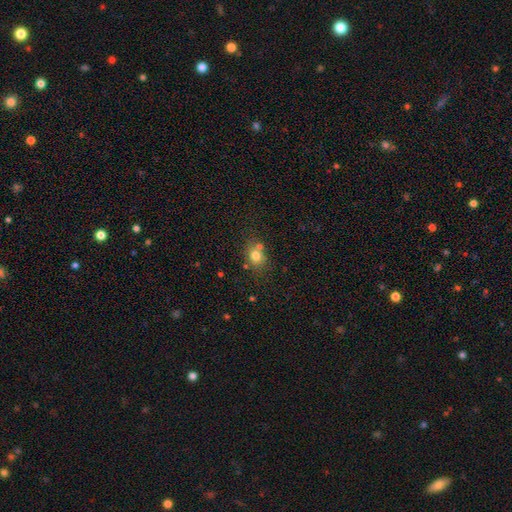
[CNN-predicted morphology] Smooth or featured? smooth (76%)
How rounded? round (55%)
Merging? none (61%)